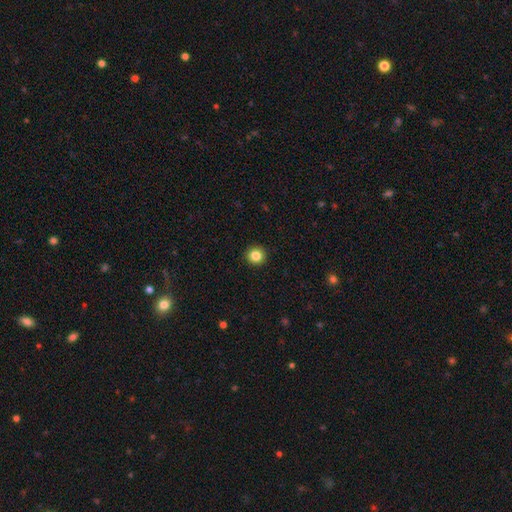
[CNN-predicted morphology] Overall: smooth (85%). How rounded: round (94%). Merging: none (93%).